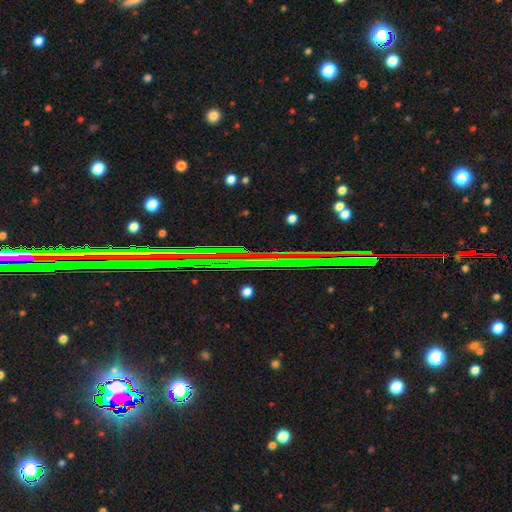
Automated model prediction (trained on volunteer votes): Smooth or featured?
  - star or artifact: 81% *
  - featured or disk: 10%
  - smooth: 8%